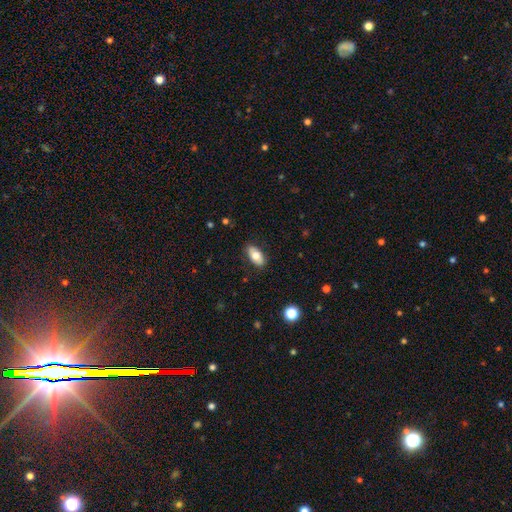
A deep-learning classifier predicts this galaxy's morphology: Smooth or featured: smooth — 73% (featured or disk — 21%)
How rounded: in between — 92% (cigar-shaped — 5%)
Merging: none — 85% (minor disturbance — 12%)